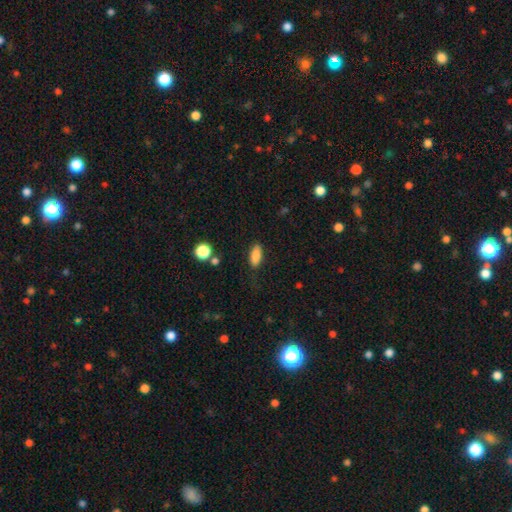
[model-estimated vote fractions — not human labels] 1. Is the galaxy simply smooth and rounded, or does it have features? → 85% smooth, 8% star or artifact, 7% featured or disk.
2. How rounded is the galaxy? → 77% in between, 19% cigar-shaped, 3% round.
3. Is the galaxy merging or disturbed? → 81% none, 13% minor disturbance, 4% major disturbance, 2% merger.